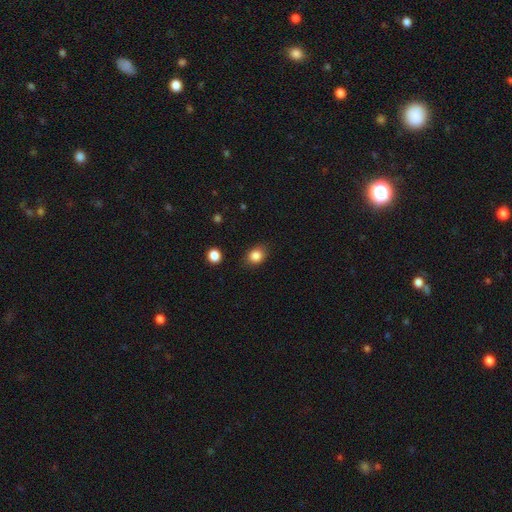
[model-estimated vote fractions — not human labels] A smooth galaxy with no disk features (85%) that is round (56%). Merging: none (82%).